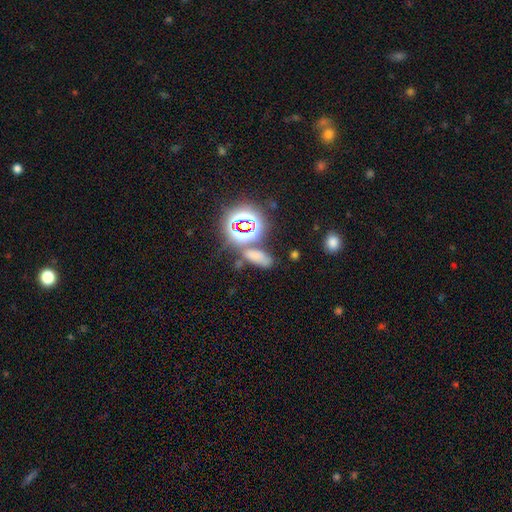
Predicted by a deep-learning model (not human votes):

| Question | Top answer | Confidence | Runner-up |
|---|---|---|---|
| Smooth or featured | smooth | 58% | star or artifact (34%) |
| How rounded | in between | 71% | round (15%) |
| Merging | none | 62% | merger (18%) |